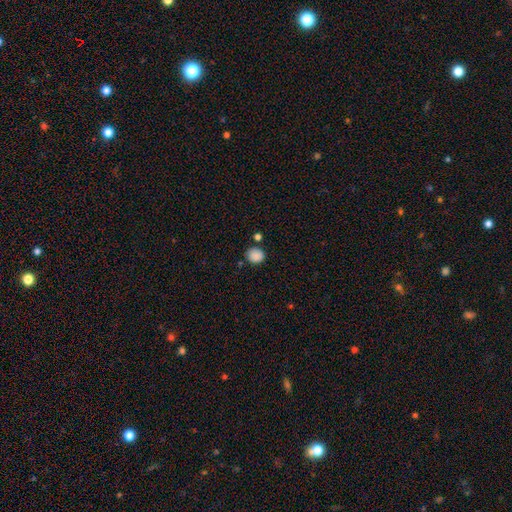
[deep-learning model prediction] Overall: smooth (87%). How rounded: round (77%). Merging: none (79%).